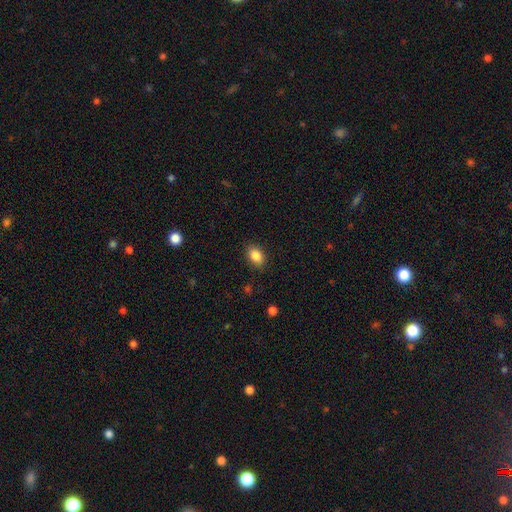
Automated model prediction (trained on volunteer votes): A smooth galaxy with no disk features (87%) that is in between round and cigar-shaped (84%).

Vote fractions:
- Smooth or featured? smooth: 87% / star or artifact: 8% / featured or disk: 5%
- How rounded? in between: 84% / round: 15% / cigar-shaped: 1%
- Merging? none: 87% / minor disturbance: 10% / major disturbance: 3% / merger: 1%